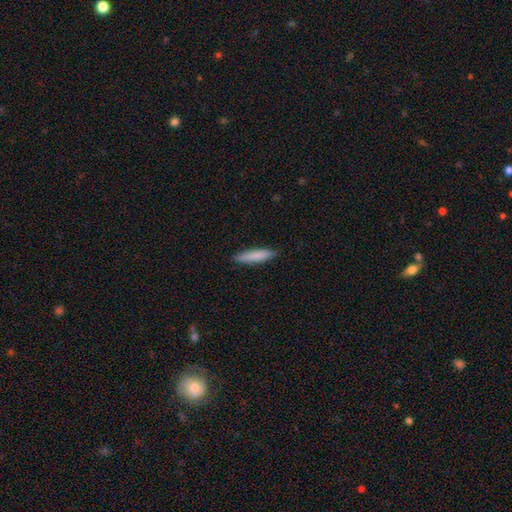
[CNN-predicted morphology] Smooth or featured?
  - smooth: 83% *
  - featured or disk: 11%
  - star or artifact: 6%
How rounded?
  - cigar-shaped: 85% *
  - in between: 14%
  - round: 1%
Merging?
  - none: 88% *
  - minor disturbance: 9%
  - major disturbance: 2%
  - merger: 1%